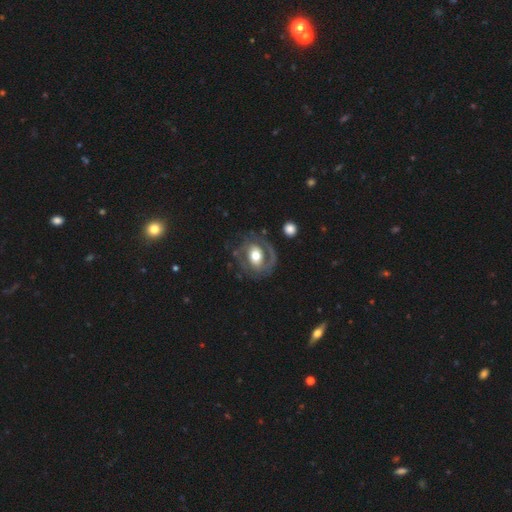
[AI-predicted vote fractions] Morphology: type=featured or disk (70%); edge-on=no (97%); bar=no (55%); spiral arms=yes (68%); bulge=moderate (62%); merging=none (66%).